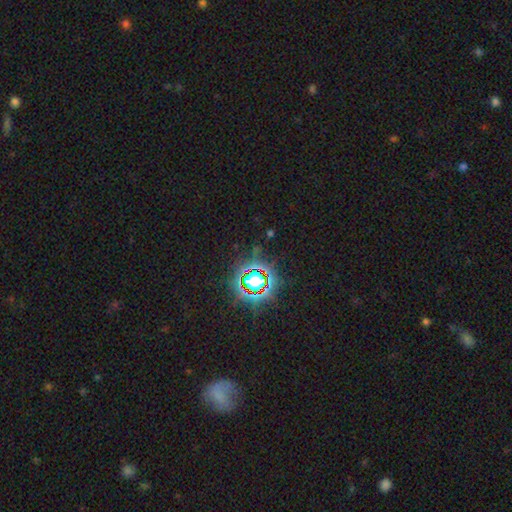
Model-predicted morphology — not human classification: Smooth or featured?
  - star or artifact: 79% *
  - smooth: 13%
  - featured or disk: 8%